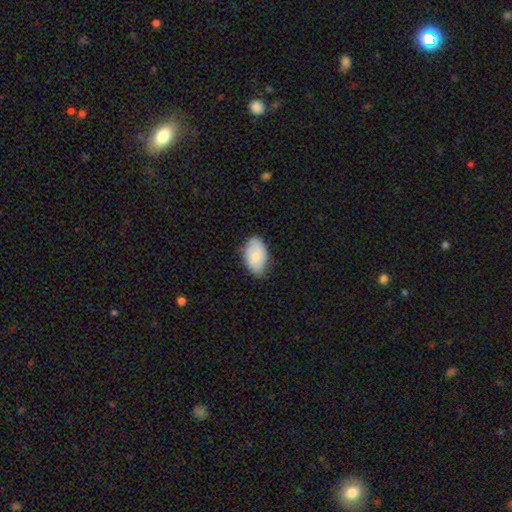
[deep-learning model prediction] This is clearly a smooth galaxy (81%). How rounded: clearly in between (94%). Merging: likely none (67%).